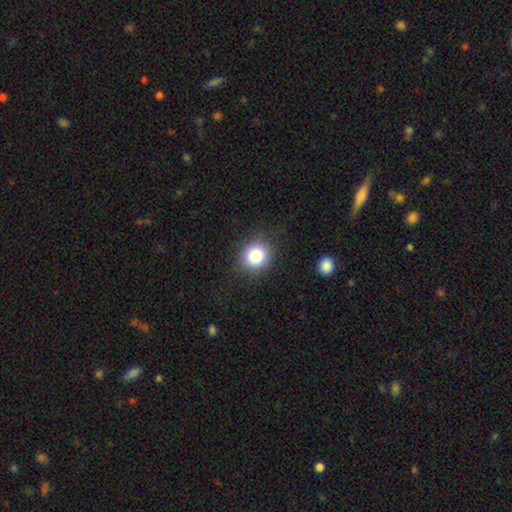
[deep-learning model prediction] Morphology: type=smooth (83%); roundness=round (83%); merging=none (86%).